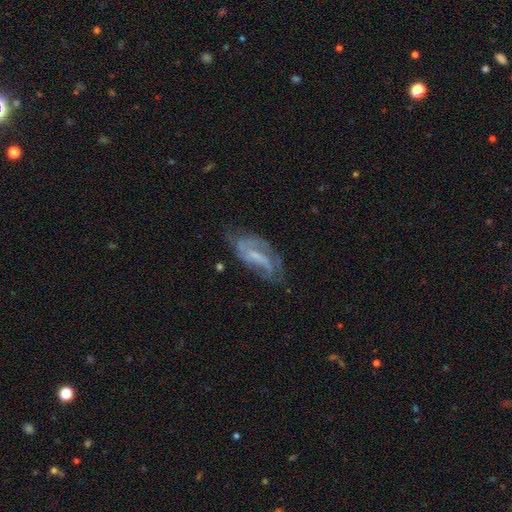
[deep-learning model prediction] smooth_or_featured: featured or disk (p=0.74) [alt: smooth p=0.18]
disk_edge_on: no (p=0.93) [alt: yes p=0.07]
bar: weak (p=0.46) [alt: no p=0.33]
has_spiral_arms: yes (p=0.85) [alt: no p=0.15]
spiral_winding: medium (p=0.43) [alt: loose p=0.32]
spiral_arm_count: 2 (p=0.57) [alt: can't tell p=0.20]
bulge_size: small (p=0.40) [alt: none p=0.36]
merging: none (p=0.50) [alt: minor disturbance p=0.25]